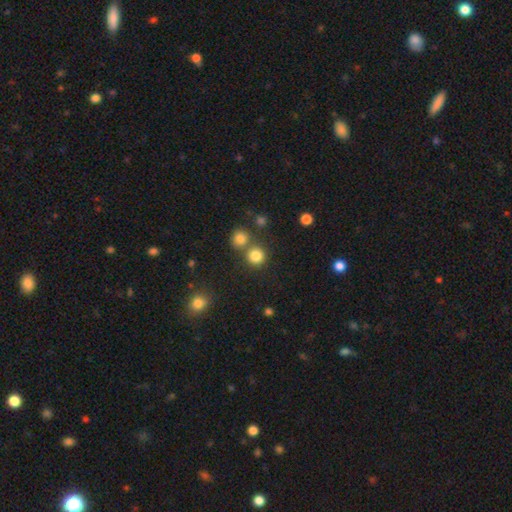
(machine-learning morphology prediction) smooth-or-featured: smooth: 81% | star or artifact: 13% | featured or disk: 6%
  how-rounded: round: 91% | in between: 8% | cigar-shaped: 1%
  merging: none: 68% | merger: 22% | minor disturbance: 7% | major disturbance: 3%